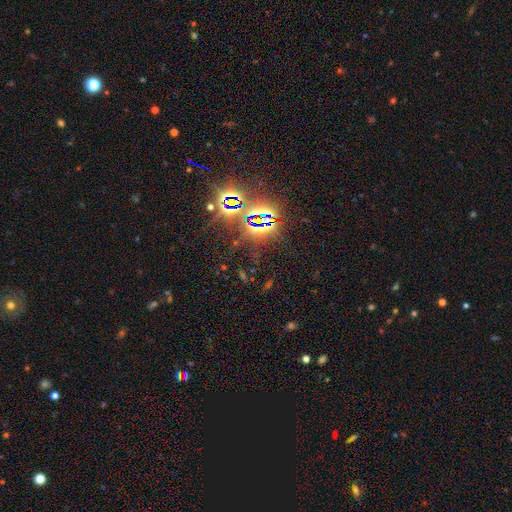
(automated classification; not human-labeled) smooth_or_featured: star or artifact (p=0.83) [alt: smooth p=0.09]